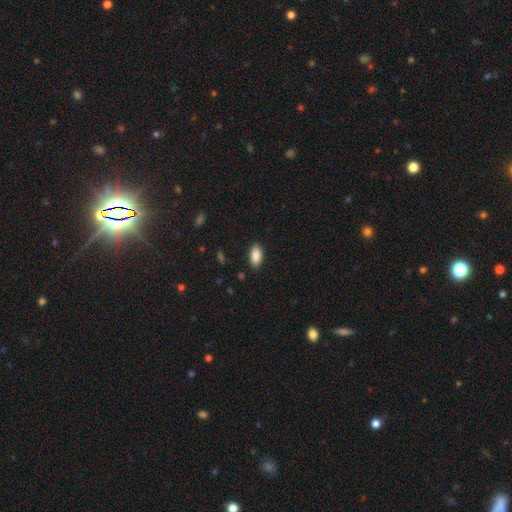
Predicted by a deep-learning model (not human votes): Morphology: type=smooth (88%); roundness=in between (92%); merging=none (88%).